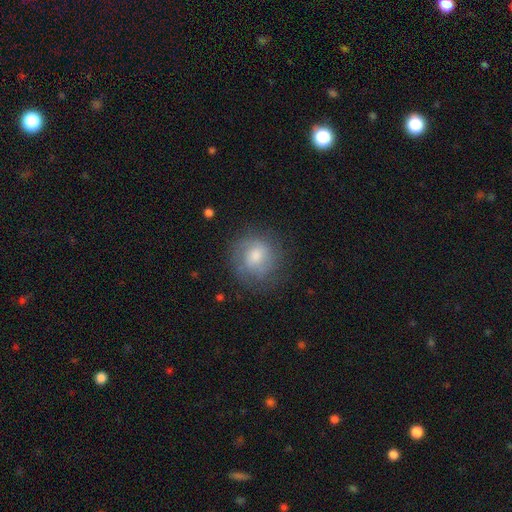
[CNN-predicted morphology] The model was most divided on "smooth or featured": smooth: 46%, featured or disk: 45%, star or artifact: 9%. More confident: merging — none (76%).